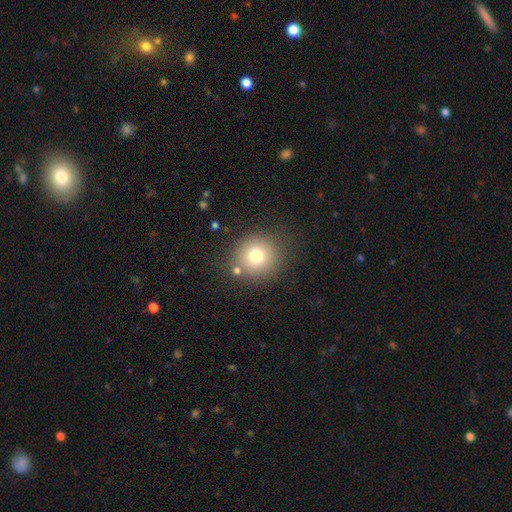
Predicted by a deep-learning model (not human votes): Overall: smooth (76%). How rounded: round (90%). Merging: none (78%).